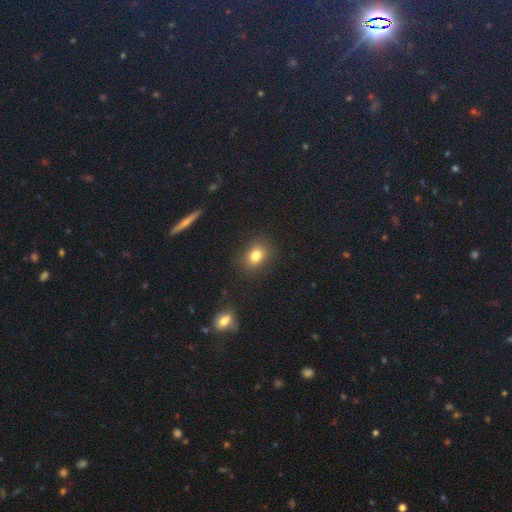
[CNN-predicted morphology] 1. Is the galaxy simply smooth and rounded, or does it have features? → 80% smooth, 13% star or artifact, 7% featured or disk.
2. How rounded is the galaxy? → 55% in between, 44% round, 1% cigar-shaped.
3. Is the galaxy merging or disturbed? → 86% none, 10% minor disturbance, 3% major disturbance, 2% merger.